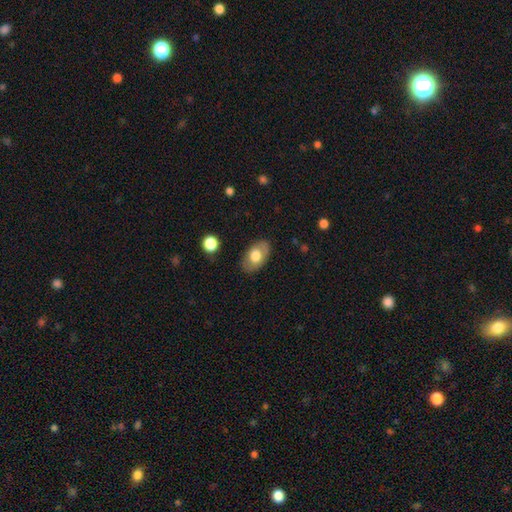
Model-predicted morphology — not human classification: A smooth galaxy with no disk features (66%) that is in between round and cigar-shaped (89%).

Vote fractions:
- Smooth or featured? smooth: 66% / featured or disk: 27% / star or artifact: 7%
- How rounded? in between: 89% / round: 10% / cigar-shaped: 1%
- Merging? none: 81% / minor disturbance: 14% / major disturbance: 4% / merger: 1%